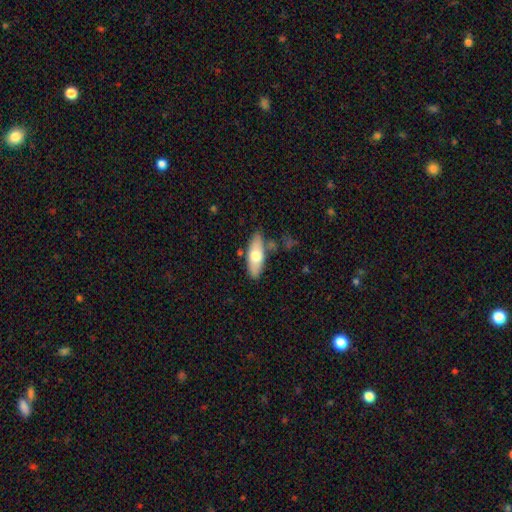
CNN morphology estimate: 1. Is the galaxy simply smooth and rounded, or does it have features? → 64% smooth, 30% featured or disk, 6% star or artifact.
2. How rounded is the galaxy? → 67% in between, 30% cigar-shaped, 3% round.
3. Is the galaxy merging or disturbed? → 76% none, 15% minor disturbance, 5% merger, 3% major disturbance.